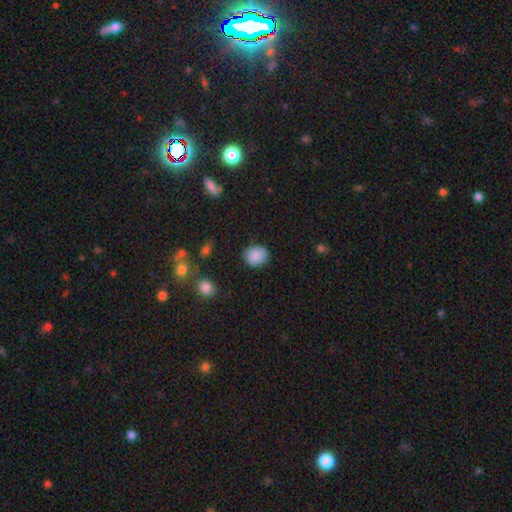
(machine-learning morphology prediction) smooth 88%, star or artifact 8%, featured or disk 5%. Down the decision tree: how rounded — round (70%); merging — none (85%).